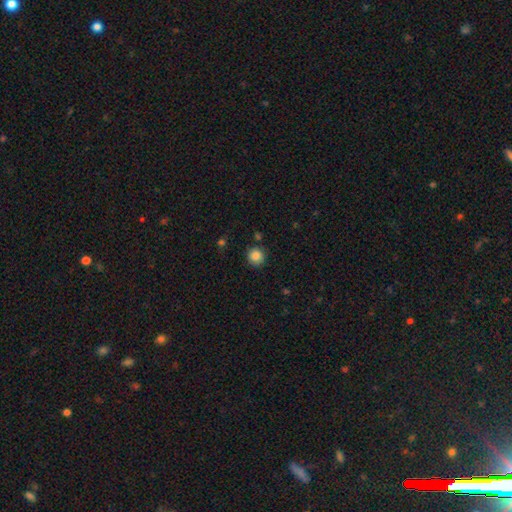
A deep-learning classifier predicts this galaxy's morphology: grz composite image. It shows a smooth galaxy with no disk features (85%) that is round (93%). Merging: none (85%).